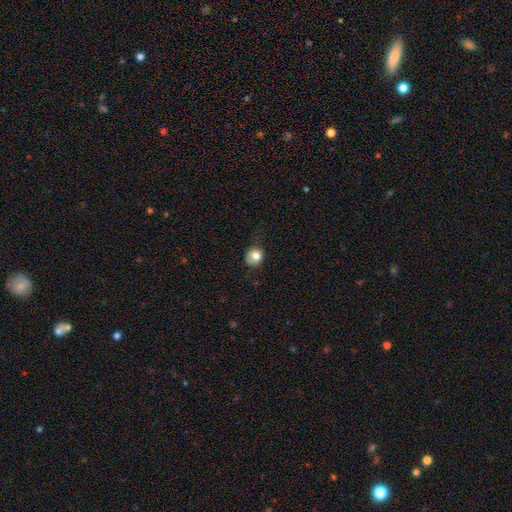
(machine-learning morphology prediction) A smooth galaxy with no disk features (79%) that is round (74%).

Vote fractions:
- Smooth or featured? smooth: 79% / featured or disk: 11% / star or artifact: 10%
- How rounded? round: 74% / in between: 25% / cigar-shaped: 1%
- Merging? none: 59% / minor disturbance: 29% / major disturbance: 11% / merger: 2%